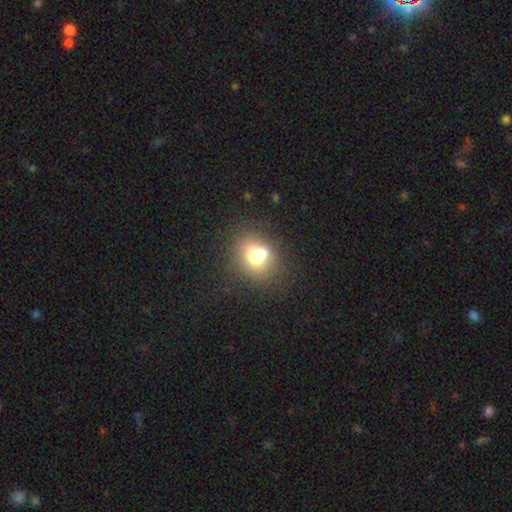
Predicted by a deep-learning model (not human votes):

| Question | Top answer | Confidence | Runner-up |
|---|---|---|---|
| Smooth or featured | smooth | 66% | featured or disk (20%) |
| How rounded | round | 62% | in between (37%) |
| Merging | none | 49% | merger (28%) |